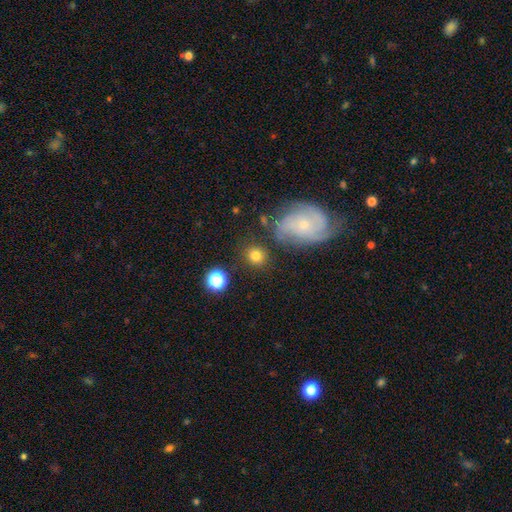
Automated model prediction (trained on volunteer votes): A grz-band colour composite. It shows a smooth galaxy with no disk features (77%) that is round (84%). Merging: none (81%).